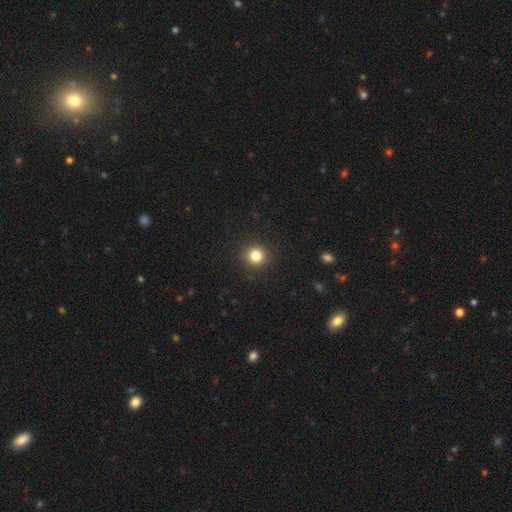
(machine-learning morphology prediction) Smooth or featured: smooth — 82% (star or artifact — 12%)
How rounded: round — 93% (in between — 6%)
Merging: none — 92% (minor disturbance — 5%)